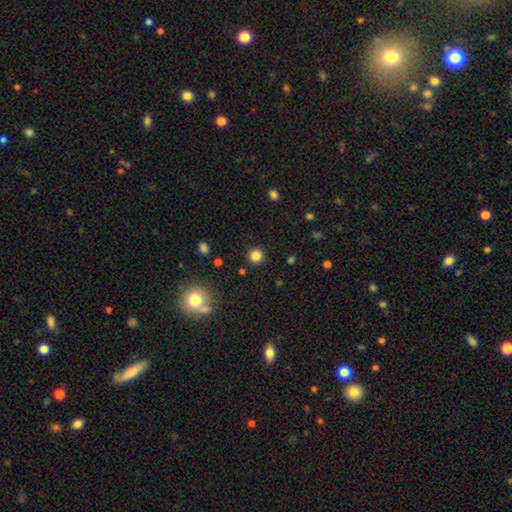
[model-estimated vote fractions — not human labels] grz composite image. It shows a smooth galaxy with no disk features (84%) that is round (94%). Merging: none (91%).